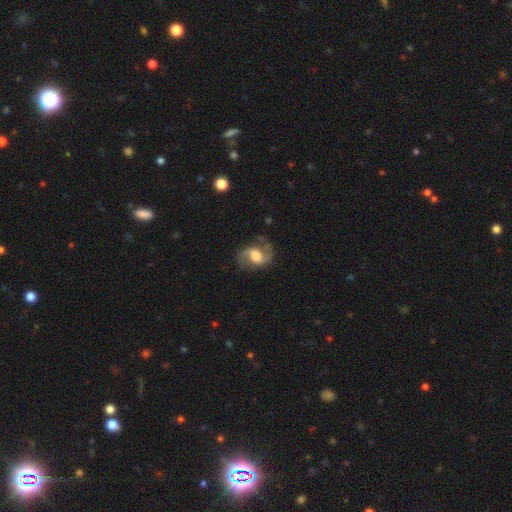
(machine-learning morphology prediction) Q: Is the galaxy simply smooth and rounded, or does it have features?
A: featured or disk — 82%.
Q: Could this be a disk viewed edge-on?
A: no — 98%.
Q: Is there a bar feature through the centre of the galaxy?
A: weak — 46%.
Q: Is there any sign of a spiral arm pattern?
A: yes — 95%.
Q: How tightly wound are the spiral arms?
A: medium — 49%.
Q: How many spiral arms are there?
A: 2 — 92%.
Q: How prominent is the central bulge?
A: large — 43%.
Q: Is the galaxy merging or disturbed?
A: none — 75%.